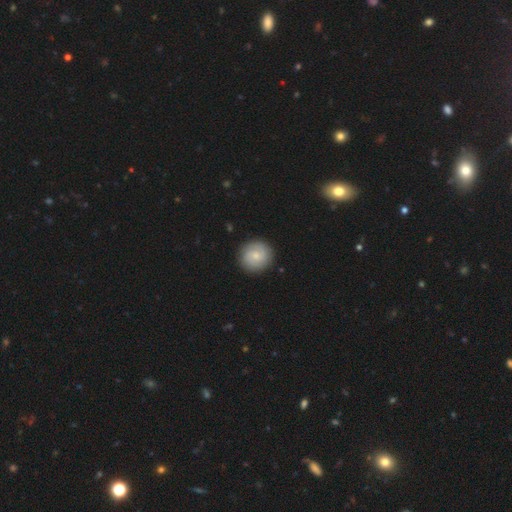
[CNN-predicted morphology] Smooth or featured? smooth (59%)
How rounded? round (93%)
Merging? none (89%)